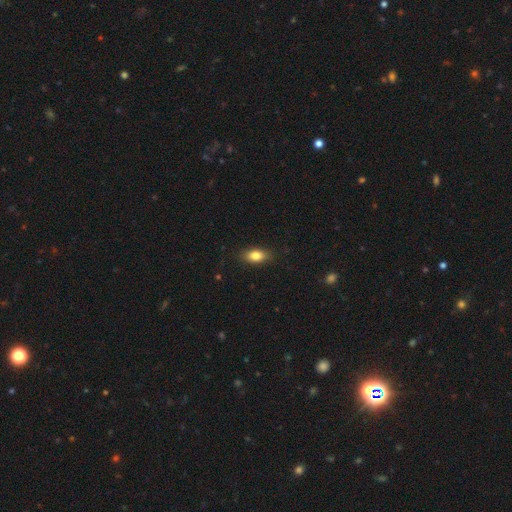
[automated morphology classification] type=smooth (83%); roundness=in between (86%); merging=none (86%).